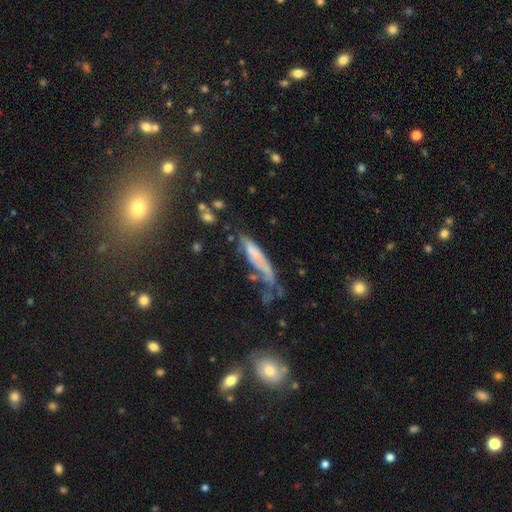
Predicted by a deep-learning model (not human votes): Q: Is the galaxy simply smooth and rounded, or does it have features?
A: smooth — 55%.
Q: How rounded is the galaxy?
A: cigar-shaped — 78%.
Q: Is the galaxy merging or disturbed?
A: none — 33%.